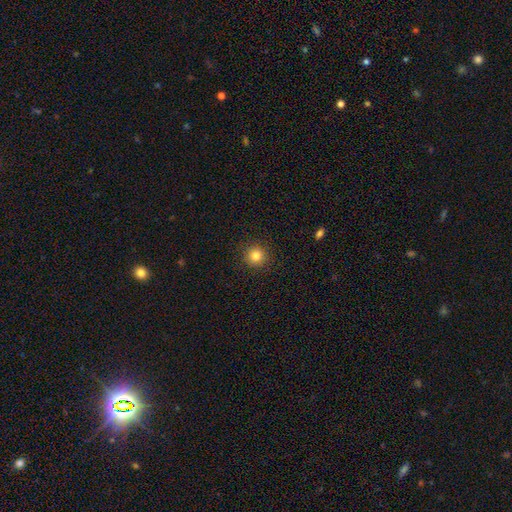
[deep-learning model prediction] This appears to be a smooth galaxy with no disk features (83%) that is round (94%). Merging: none (92%).